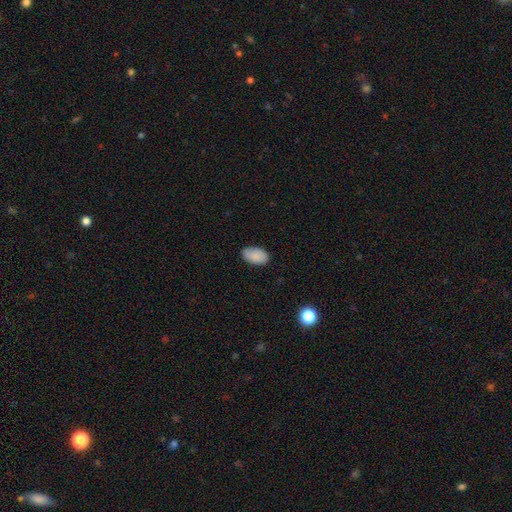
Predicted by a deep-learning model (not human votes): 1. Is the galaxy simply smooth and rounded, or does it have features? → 88% smooth, 7% star or artifact, 5% featured or disk.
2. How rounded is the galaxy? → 94% in between, 5% round, 1% cigar-shaped.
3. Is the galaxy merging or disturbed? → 83% none, 13% minor disturbance, 2% major disturbance, 1% merger.